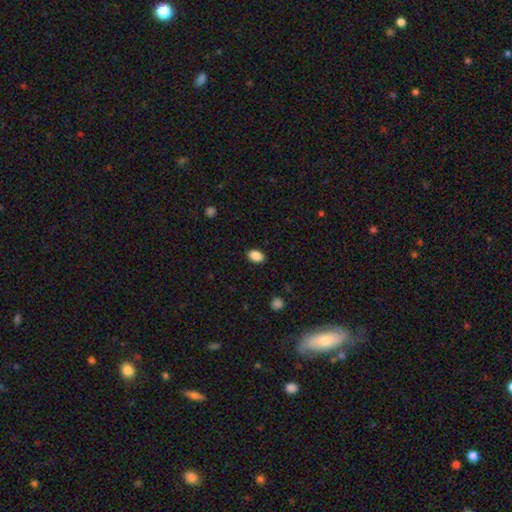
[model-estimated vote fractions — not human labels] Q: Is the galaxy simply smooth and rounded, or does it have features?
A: smooth — 88%.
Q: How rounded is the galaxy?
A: in between — 86%.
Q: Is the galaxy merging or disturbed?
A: none — 88%.